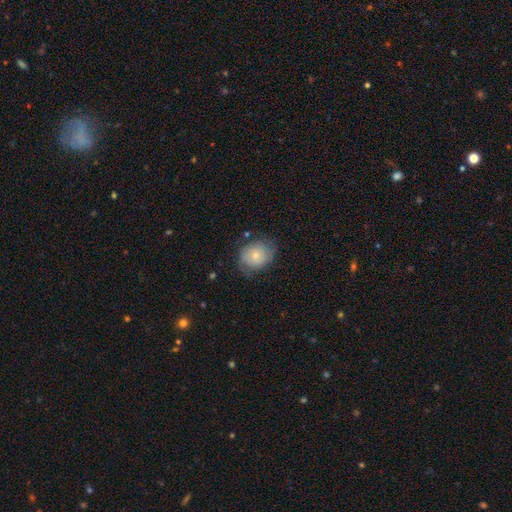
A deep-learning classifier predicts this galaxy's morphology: This appears to be a smooth galaxy with no disk features (67%) that is round (60%). Merging: none (66%).